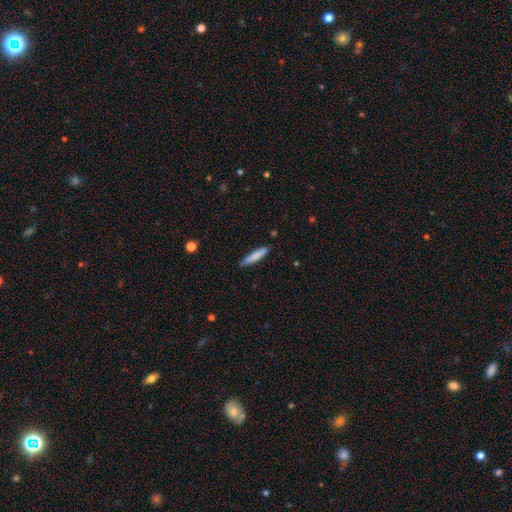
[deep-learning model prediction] Smooth or featured: smooth — 82% (featured or disk — 12%)
How rounded: cigar-shaped — 90% (in between — 9%)
Merging: none — 86% (minor disturbance — 11%)